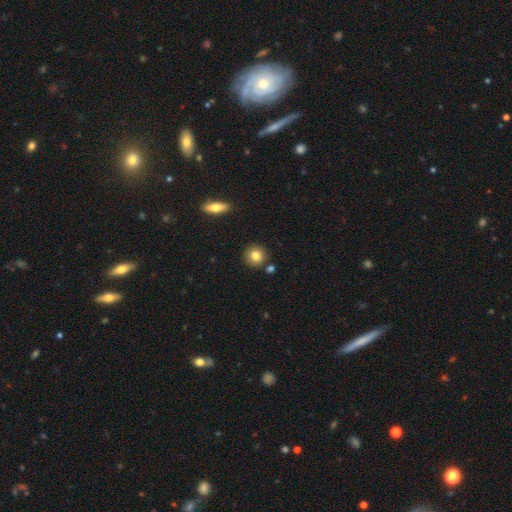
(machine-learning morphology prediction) A smooth galaxy with no disk features (82%) that is round (90%). Merging: none (85%).